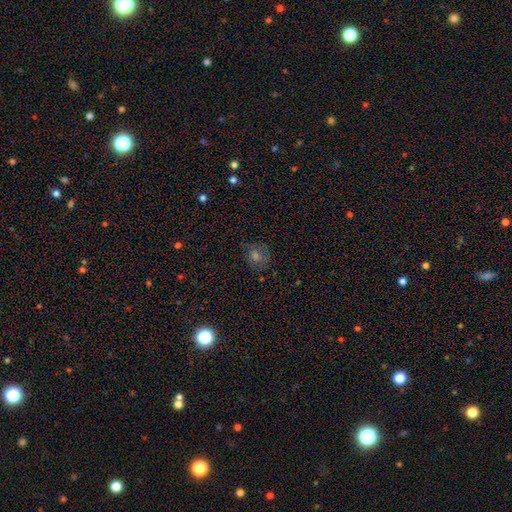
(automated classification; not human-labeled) The model was most divided on "smooth or featured": smooth: 49%, featured or disk: 26%, star or artifact: 24%. More confident: merging — none (69%).